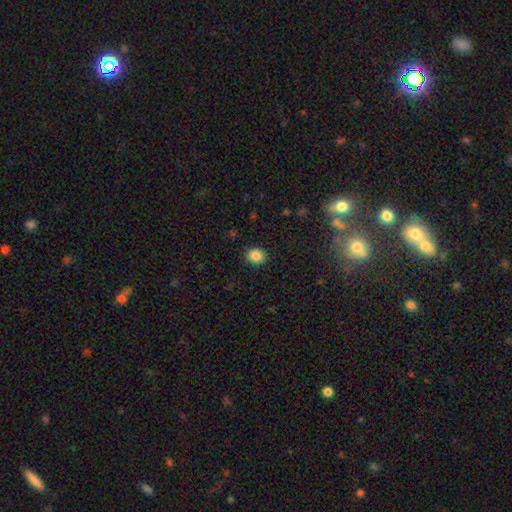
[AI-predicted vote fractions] smooth-or-featured: smooth: 86% | star or artifact: 10% | featured or disk: 4%
  how-rounded: round: 64% | in between: 35% | cigar-shaped: 1%
  merging: none: 90% | minor disturbance: 7% | major disturbance: 2% | merger: 1%